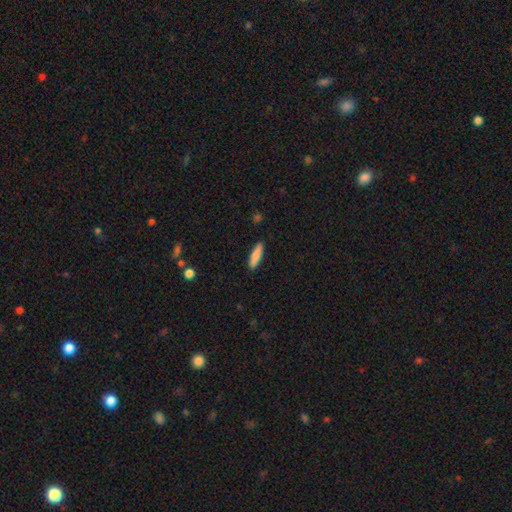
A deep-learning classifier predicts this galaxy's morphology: Smooth or featured? smooth (84%)
How rounded? cigar-shaped (76%)
Merging? none (89%)